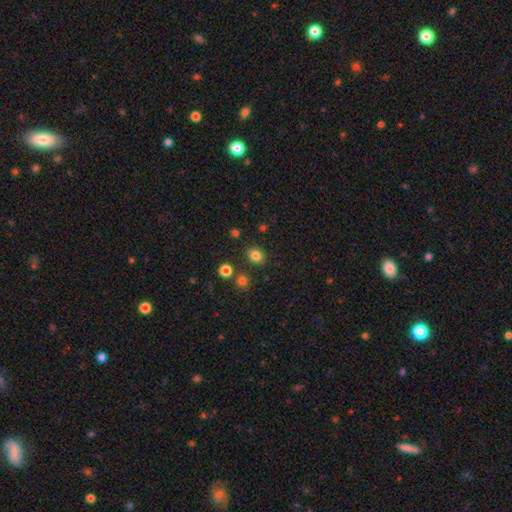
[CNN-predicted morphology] smooth_or_featured: smooth (p=0.82) [alt: star or artifact p=0.13]
how_rounded: round (p=0.54) [alt: in between p=0.45]
merging: none (p=0.85) [alt: minor disturbance p=0.09]